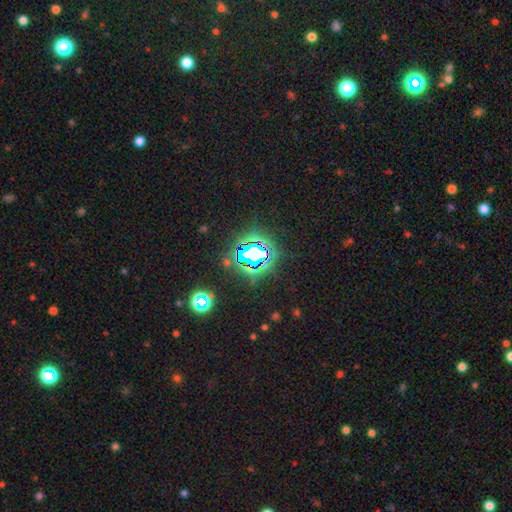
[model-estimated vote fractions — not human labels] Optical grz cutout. It shows a star or artifact, not a galaxy (73%).